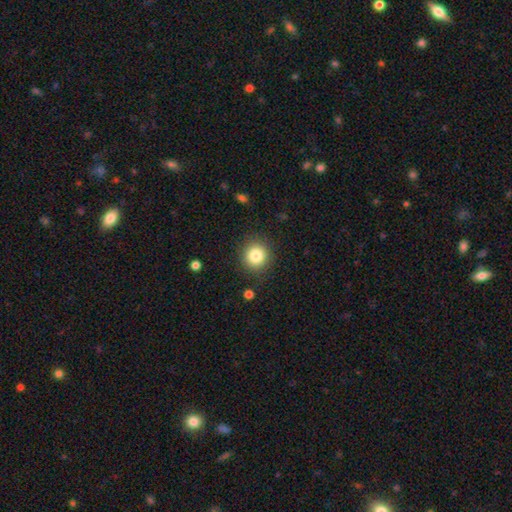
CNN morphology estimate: type=smooth (83%); roundness=round (91%); merging=none (88%).